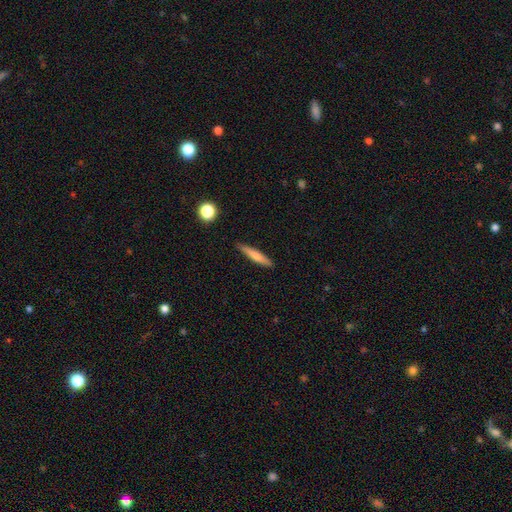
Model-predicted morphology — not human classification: Smooth or featured: smooth — 67% (featured or disk — 26%)
How rounded: cigar-shaped — 92% (in between — 7%)
Merging: none — 88% (minor disturbance — 9%)